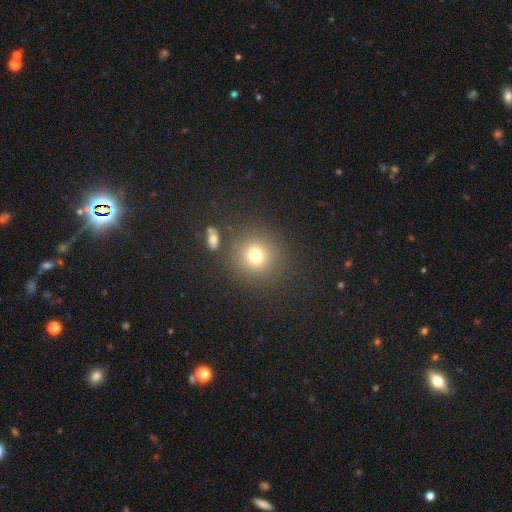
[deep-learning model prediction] Smooth or featured? Predicted: smooth (p=0.76). How rounded? Predicted: round (p=0.89). Merging? Predicted: none (p=0.83).